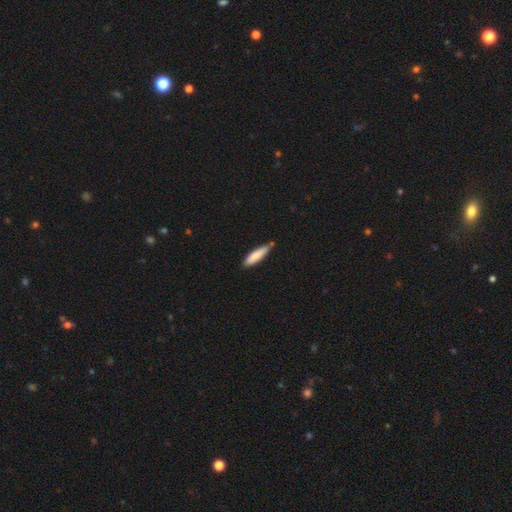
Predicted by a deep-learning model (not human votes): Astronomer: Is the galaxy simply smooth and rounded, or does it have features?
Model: smooth — 83%.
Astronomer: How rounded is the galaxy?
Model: cigar-shaped — 75%.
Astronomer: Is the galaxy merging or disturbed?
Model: none — 73%.